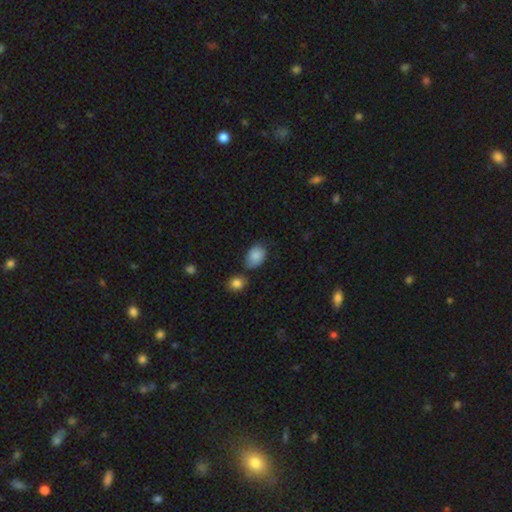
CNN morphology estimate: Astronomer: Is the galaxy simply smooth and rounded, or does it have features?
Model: smooth — 87%.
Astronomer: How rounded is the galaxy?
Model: in between — 79%.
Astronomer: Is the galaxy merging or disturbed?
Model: none — 61%.